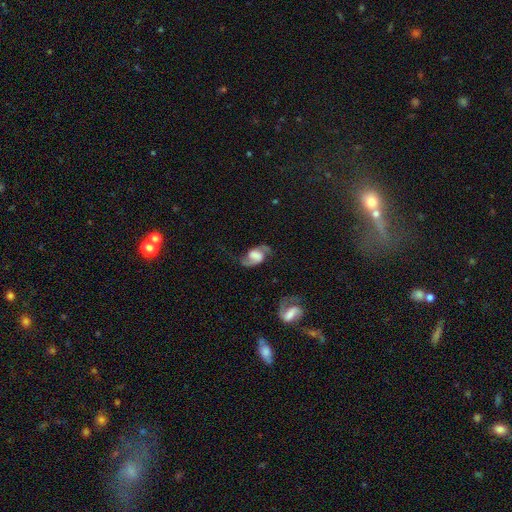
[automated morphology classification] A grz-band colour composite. It shows a featured or disk galaxy (79%) with a weak bar (42%), 2 (91%) loose (47%) spiral arms (94%) and a large central bulge (31%). Merging: none (60%).